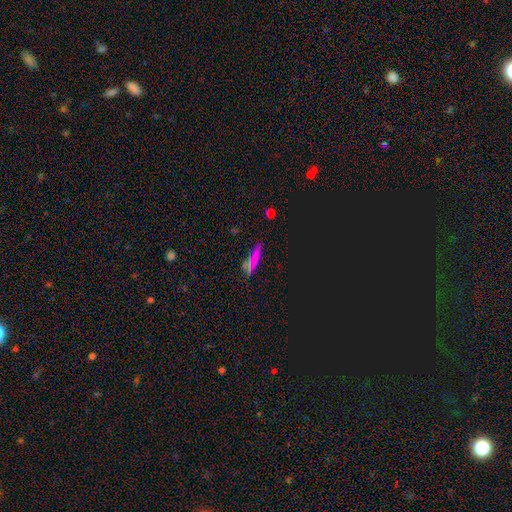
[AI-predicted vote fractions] Smooth or featured? smooth (49%)
Merging? none (77%)